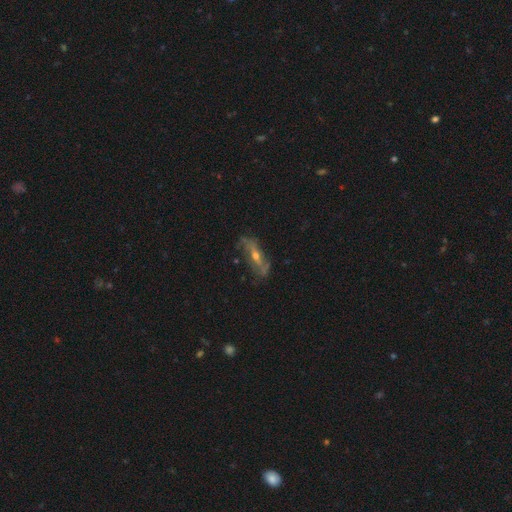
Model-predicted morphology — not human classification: The model was most divided on "bulge size": moderate: 53%, small: 41%, large: 3%, none: 2%, dominant: 1%. Remaining: spiral arms — yes (75%); smooth or featured — featured or disk (73%); edge-on disk — no (69%); merging — none (62%); bar — no (48%).